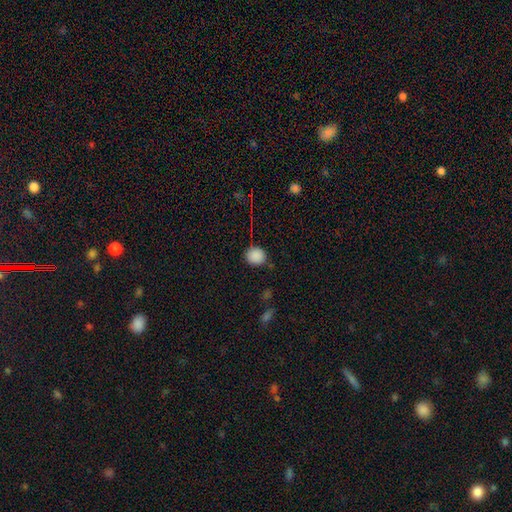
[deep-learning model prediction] Smooth or featured: smooth — 87% (star or artifact — 10%)
How rounded: round — 83% (in between — 16%)
Merging: none — 81% (minor disturbance — 13%)